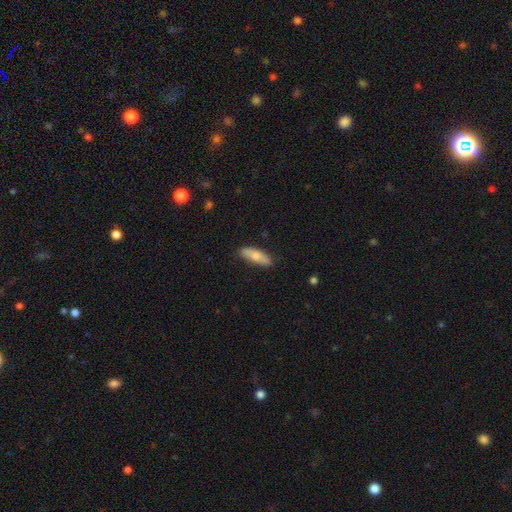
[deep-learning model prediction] Smooth or featured?
  - smooth: 70% *
  - featured or disk: 25%
  - star or artifact: 6%
How rounded?
  - in between: 59% *
  - cigar-shaped: 39%
  - round: 2%
Merging?
  - none: 83% *
  - minor disturbance: 14%
  - major disturbance: 2%
  - merger: 1%